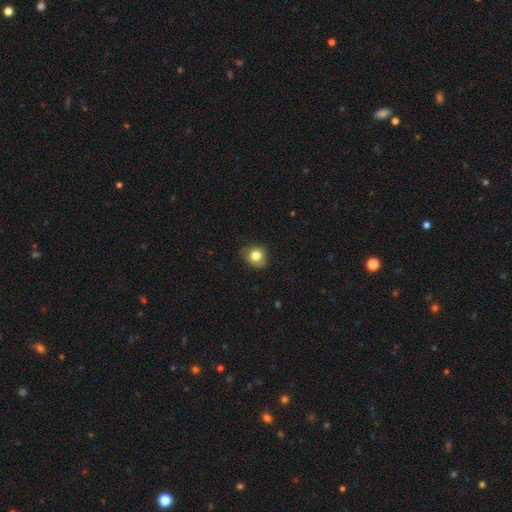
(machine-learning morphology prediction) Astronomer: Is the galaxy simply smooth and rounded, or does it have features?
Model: smooth — 80%.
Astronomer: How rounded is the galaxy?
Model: round — 71%.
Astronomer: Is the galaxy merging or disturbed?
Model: none — 70%.